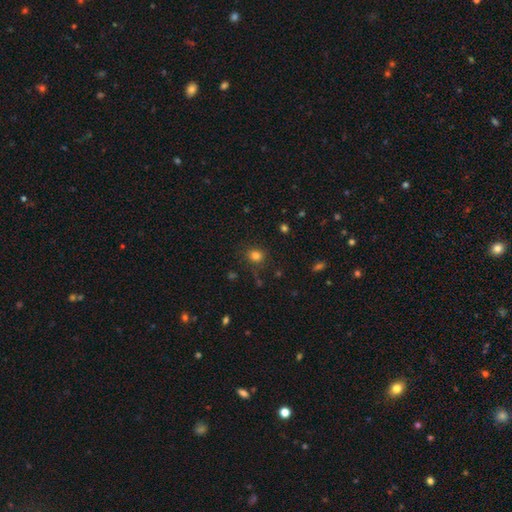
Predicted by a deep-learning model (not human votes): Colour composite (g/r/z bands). It shows a smooth galaxy with no disk features (80%) that is round (76%). Merging: none (82%).